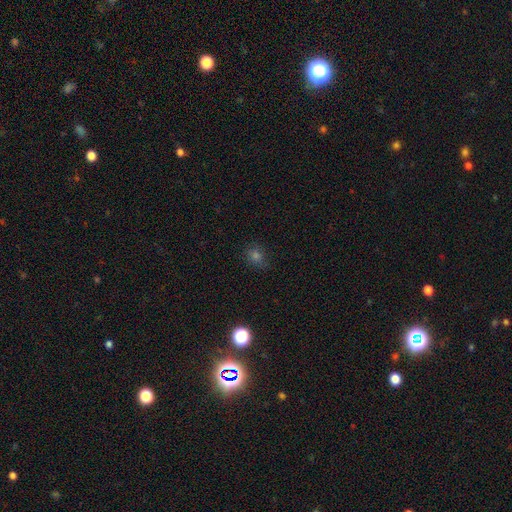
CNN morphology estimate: The model was most divided on "how rounded": round: 69%, in between: 30%, cigar-shaped: 1%. More confident: merging — none (81%); smooth or featured — smooth (65%).